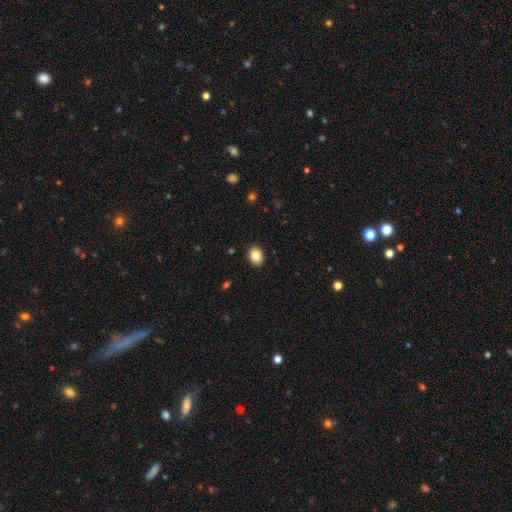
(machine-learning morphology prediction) smooth 85%, star or artifact 9%, featured or disk 6%. Down the decision tree: how rounded — in between (57%); merging — none (91%).